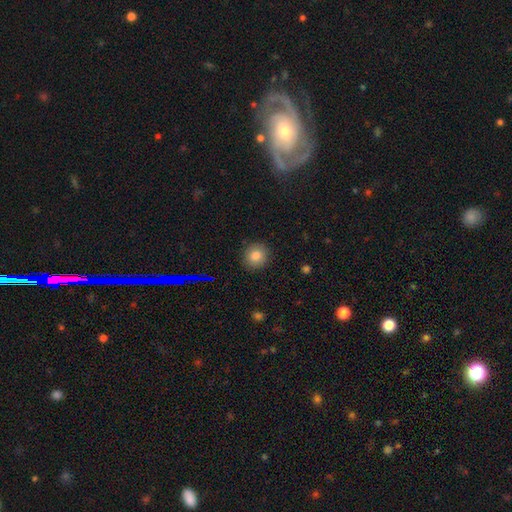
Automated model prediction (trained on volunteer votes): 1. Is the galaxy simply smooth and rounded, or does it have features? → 83% smooth, 11% star or artifact, 6% featured or disk.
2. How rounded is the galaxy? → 84% round, 15% in between, 1% cigar-shaped.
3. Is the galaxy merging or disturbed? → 88% none, 8% minor disturbance, 2% major disturbance, 1% merger.